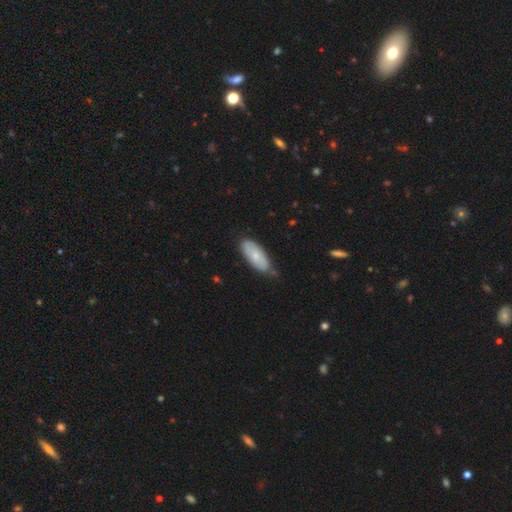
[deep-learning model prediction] The model was most divided on "smooth or featured": smooth: 67%, featured or disk: 27%, star or artifact: 6%. More confident: how rounded — in between (83%); merging — none (68%).